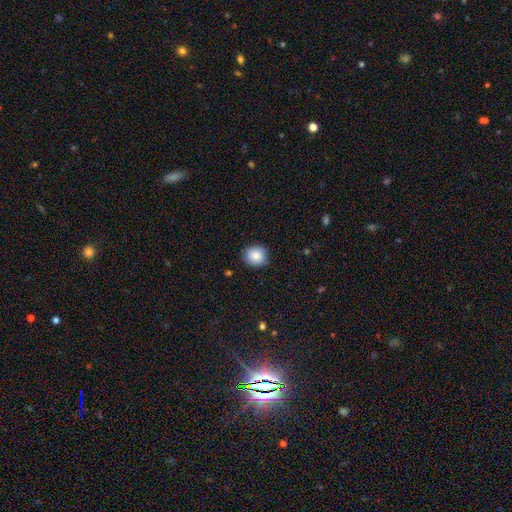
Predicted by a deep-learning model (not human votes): This is clearly a smooth galaxy (87%). How rounded: likely round (79%). Merging: clearly none (86%).